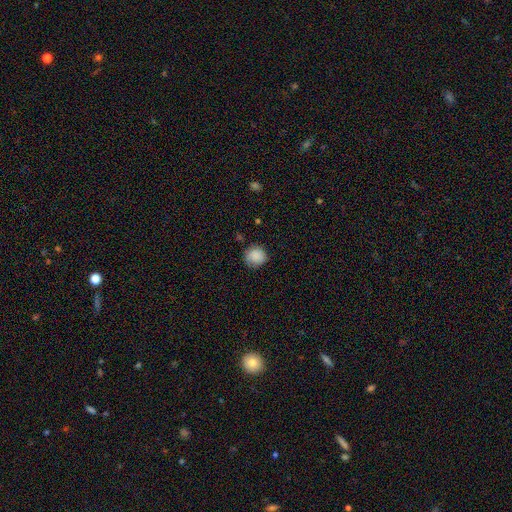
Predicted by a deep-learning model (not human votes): Q: Smooth or featured?
A: smooth (86%); runner-up: star or artifact (8%)
Q: How rounded?
A: round (88%); runner-up: in between (12%)
Q: Merging?
A: none (77%); runner-up: minor disturbance (18%)